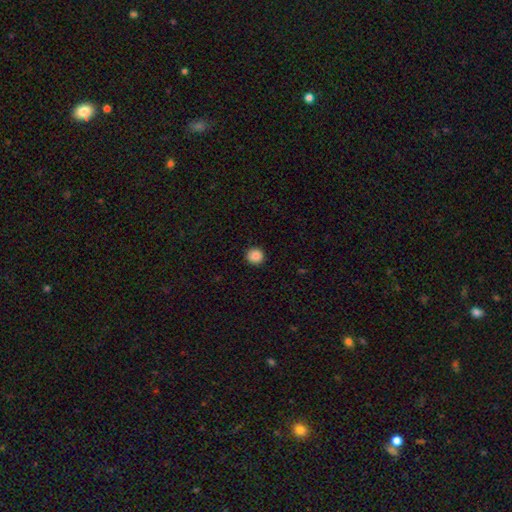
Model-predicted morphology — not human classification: smooth_or_featured: smooth (p=0.85) [alt: star or artifact p=0.09]
how_rounded: round (p=0.94) [alt: in between p=0.05]
merging: none (p=0.92) [alt: minor disturbance p=0.05]